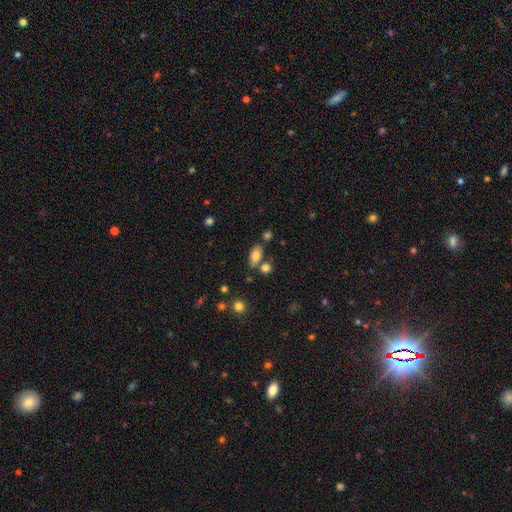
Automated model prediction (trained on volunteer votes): A smooth galaxy with no disk features (80%) that is in between round and cigar-shaped (90%). Merging: none (70%).